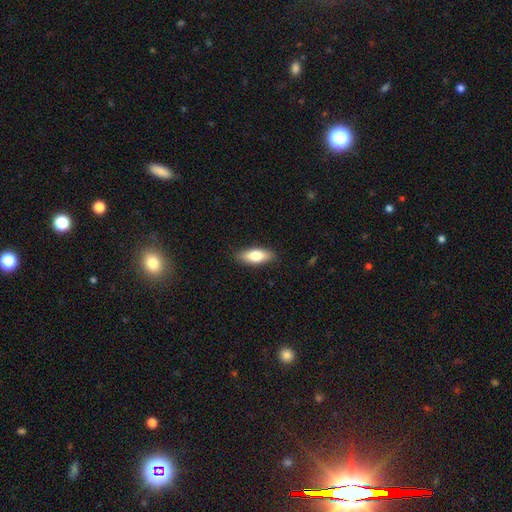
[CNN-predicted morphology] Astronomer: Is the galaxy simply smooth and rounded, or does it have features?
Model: smooth — 75%.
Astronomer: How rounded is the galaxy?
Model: in between — 73%.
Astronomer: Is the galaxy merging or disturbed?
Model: none — 87%.